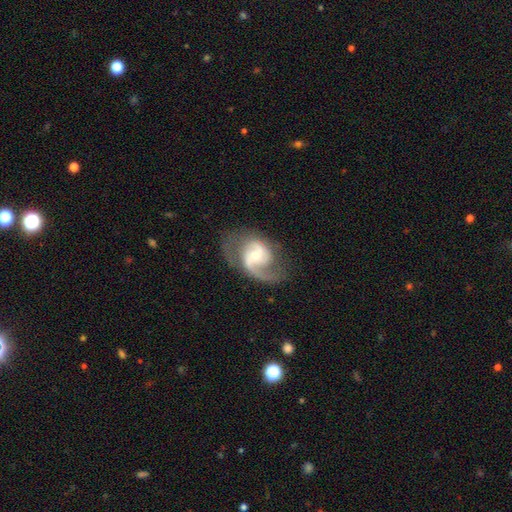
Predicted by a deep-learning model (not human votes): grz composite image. It shows a featured or disk galaxy (87%) with no bar (46%), 2 (79%) medium (51%) spiral arms (96%) and a moderate central bulge (51%). Merging: none (65%).